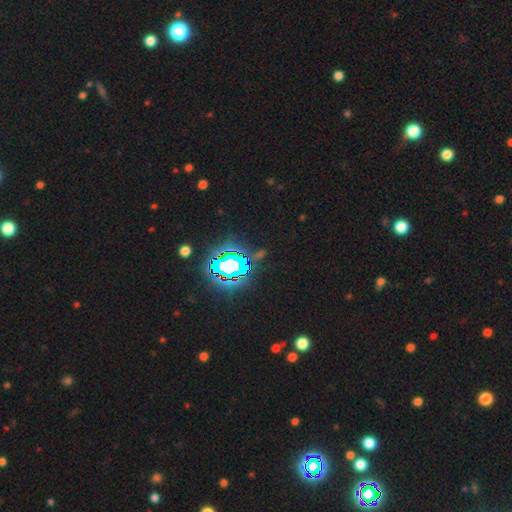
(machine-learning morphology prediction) A star or artifact, not a galaxy (75%).